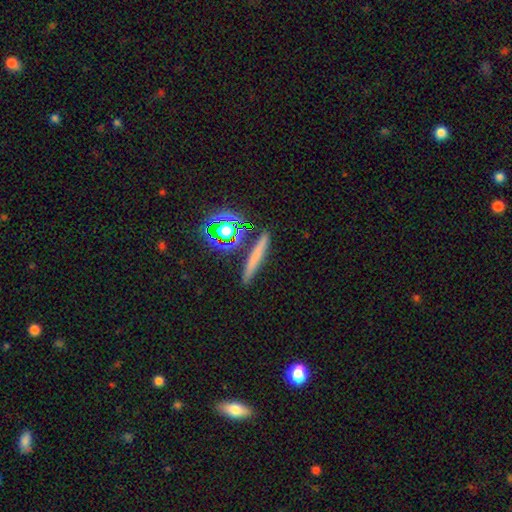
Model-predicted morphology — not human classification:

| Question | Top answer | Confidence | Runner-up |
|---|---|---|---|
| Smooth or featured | smooth | 60% | featured or disk (22%) |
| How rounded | cigar-shaped | 87% | round (7%) |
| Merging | none | 87% | minor disturbance (8%) |